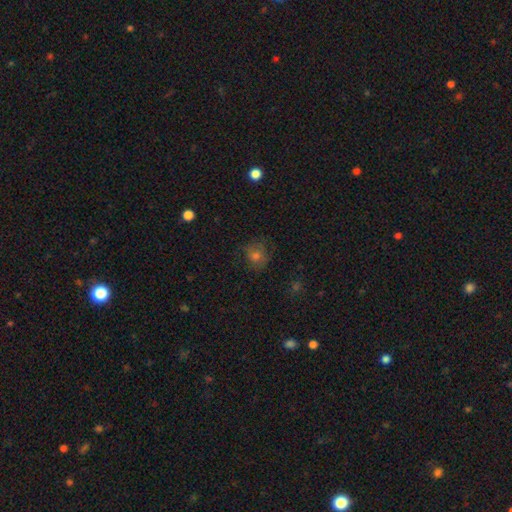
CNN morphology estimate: A smooth galaxy with no disk features (63%) that is round (81%).

Vote fractions:
- Smooth or featured? smooth: 63% / star or artifact: 20% / featured or disk: 17%
- How rounded? round: 81% / in between: 18% / cigar-shaped: 1%
- Merging? none: 74% / minor disturbance: 17% / major disturbance: 8% / merger: 1%